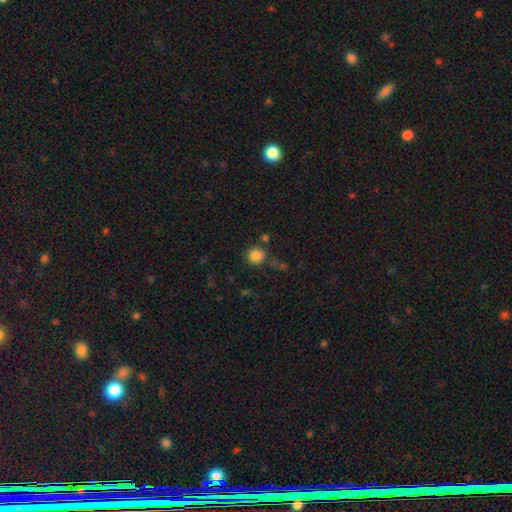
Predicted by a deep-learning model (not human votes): Q: Smooth or featured?
A: smooth (85%); runner-up: star or artifact (11%)
Q: How rounded?
A: round (90%); runner-up: in between (9%)
Q: Merging?
A: none (79%); runner-up: minor disturbance (10%)